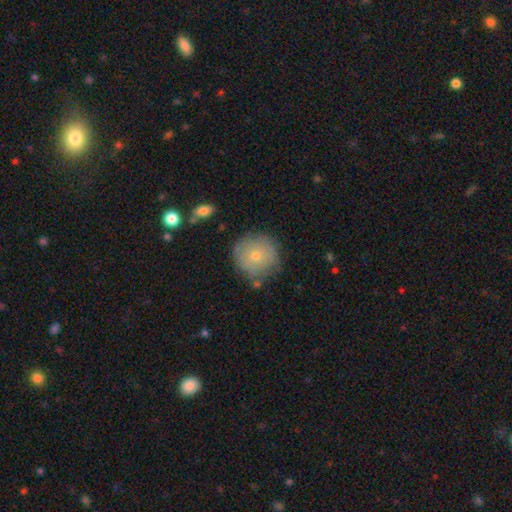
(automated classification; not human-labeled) smooth_or_featured: smooth (p=0.66) [alt: featured or disk p=0.24]
how_rounded: round (p=0.94) [alt: in between p=0.05]
merging: none (p=0.78) [alt: minor disturbance p=0.15]